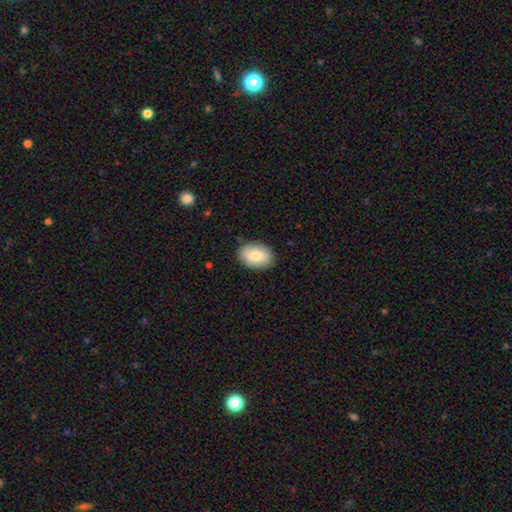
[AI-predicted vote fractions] The model was most divided on "smooth or featured": smooth: 80%, featured or disk: 14%, star or artifact: 6%. More confident: how rounded — in between (88%); merging — none (87%).